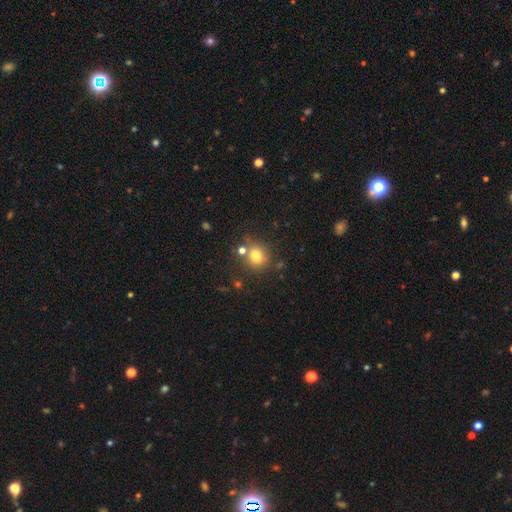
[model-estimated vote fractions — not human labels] smooth 76%, star or artifact 14%, featured or disk 10%. Down the decision tree: how rounded — round (85%); merging — none (70%).